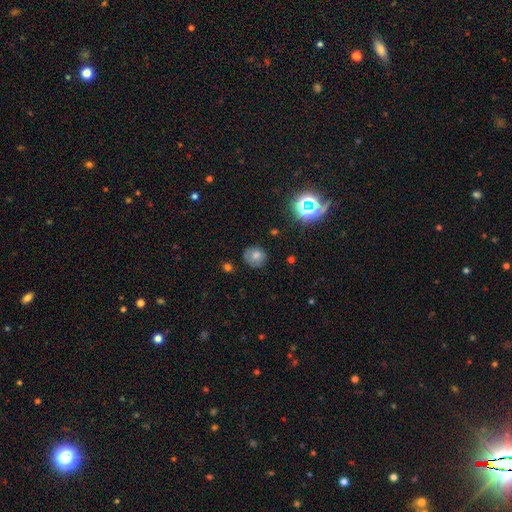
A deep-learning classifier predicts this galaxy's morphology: smooth-or-featured: smooth: 65% | featured or disk: 22% | star or artifact: 14%
  how-rounded: round: 80% | in between: 19% | cigar-shaped: 1%
  merging: none: 68% | minor disturbance: 22% | major disturbance: 7% | merger: 2%